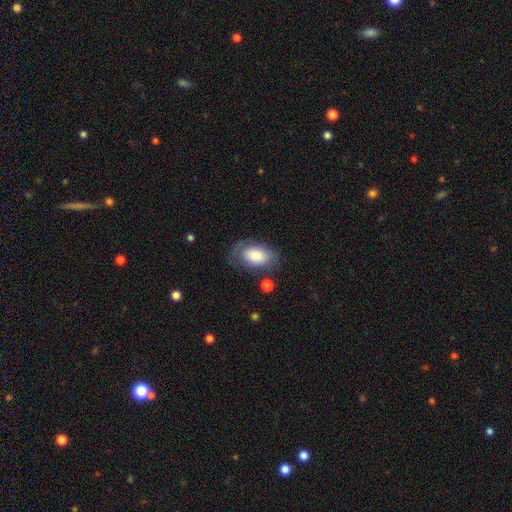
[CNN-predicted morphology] Smooth or featured: smooth — 78% (featured or disk — 15%)
How rounded: in between — 92% (round — 7%)
Merging: none — 63% (minor disturbance — 23%)